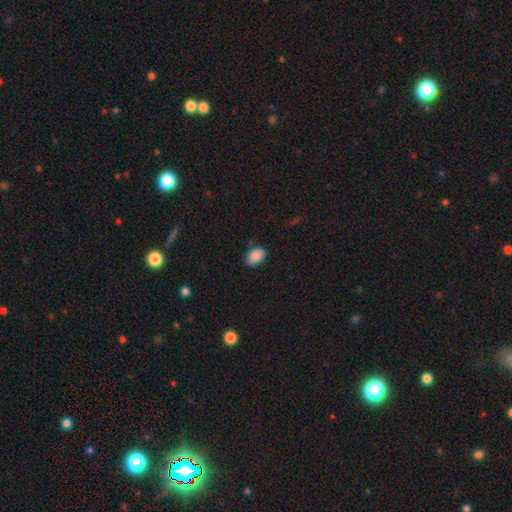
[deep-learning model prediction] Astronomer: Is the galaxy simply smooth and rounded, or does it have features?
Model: smooth — 88%.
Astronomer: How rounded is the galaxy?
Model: in between — 80%.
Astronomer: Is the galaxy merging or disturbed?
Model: none — 77%.